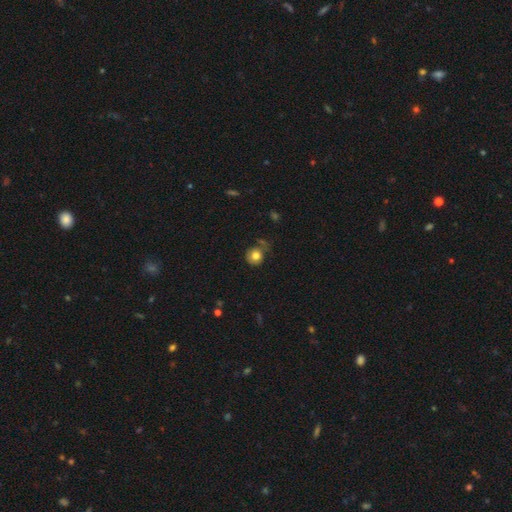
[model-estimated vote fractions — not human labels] Morphology: type=smooth (78%); roundness=round (84%); merging=none (61%).